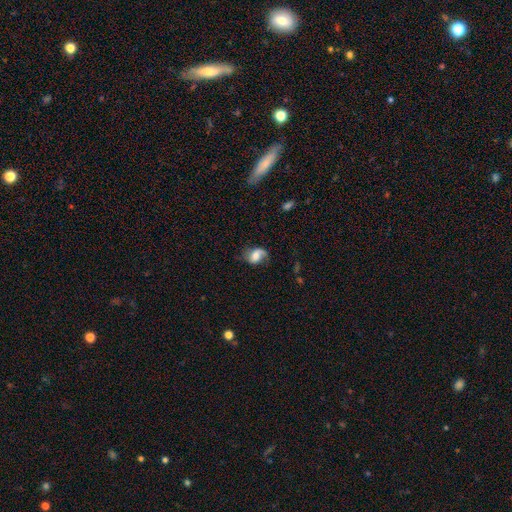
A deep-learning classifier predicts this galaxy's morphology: smooth-or-featured: featured or disk: 47% | smooth: 44% | star or artifact: 9%
  merging: none: 53% | minor disturbance: 27% | major disturbance: 18% | merger: 2%